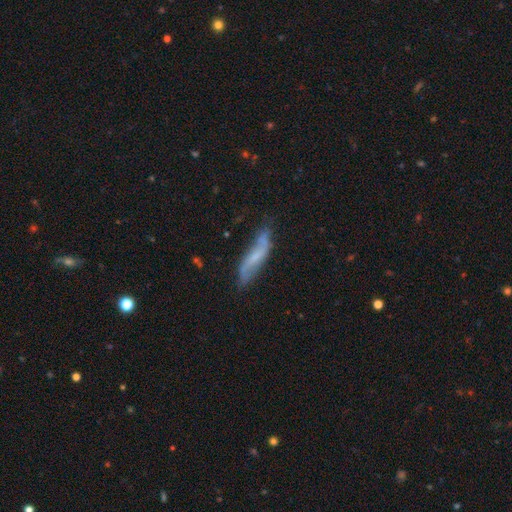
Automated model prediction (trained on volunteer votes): Smooth or featured? Predicted: featured or disk (p=0.63). Edge-on disk? Predicted: no (p=0.73). Merging? Predicted: none (p=0.63).